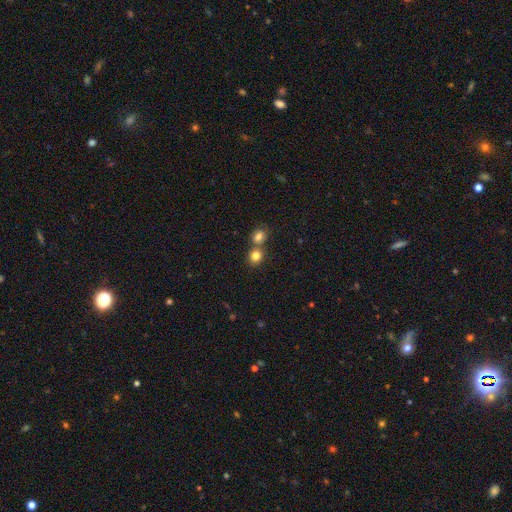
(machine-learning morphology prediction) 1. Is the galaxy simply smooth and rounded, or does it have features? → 81% smooth, 12% star or artifact, 7% featured or disk.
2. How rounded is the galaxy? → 80% round, 19% in between, 1% cigar-shaped.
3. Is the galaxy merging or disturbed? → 54% none, 37% merger, 7% minor disturbance, 2% major disturbance.